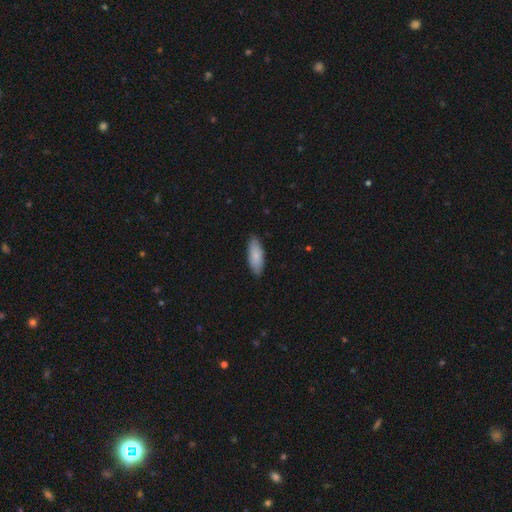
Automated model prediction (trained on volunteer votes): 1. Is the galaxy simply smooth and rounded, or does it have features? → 84% smooth, 11% featured or disk, 5% star or artifact.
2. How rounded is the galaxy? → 70% in between, 28% cigar-shaped, 2% round.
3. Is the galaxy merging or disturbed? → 86% none, 12% minor disturbance, 2% major disturbance, 1% merger.